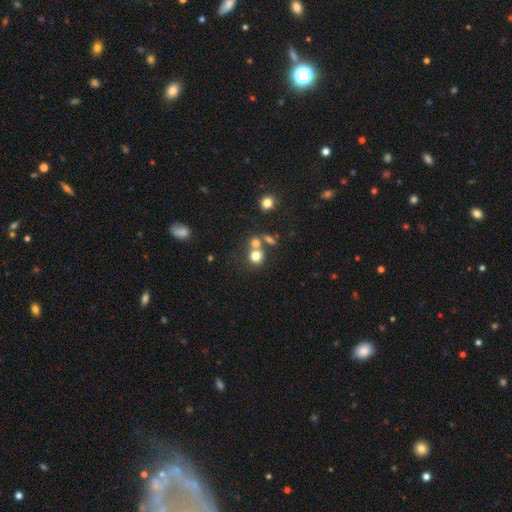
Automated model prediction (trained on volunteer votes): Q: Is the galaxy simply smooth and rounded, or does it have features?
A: smooth — 74%.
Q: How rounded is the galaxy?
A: round — 83%.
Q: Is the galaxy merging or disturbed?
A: none — 50%.